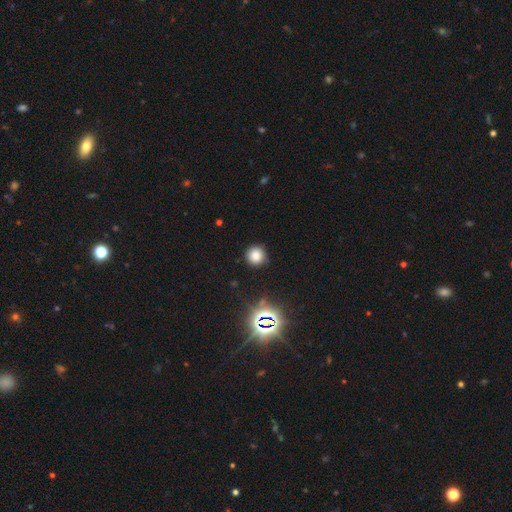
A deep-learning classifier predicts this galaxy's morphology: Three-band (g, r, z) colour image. It shows a smooth galaxy with no disk features (76%) that is round (93%). Merging: none (88%).